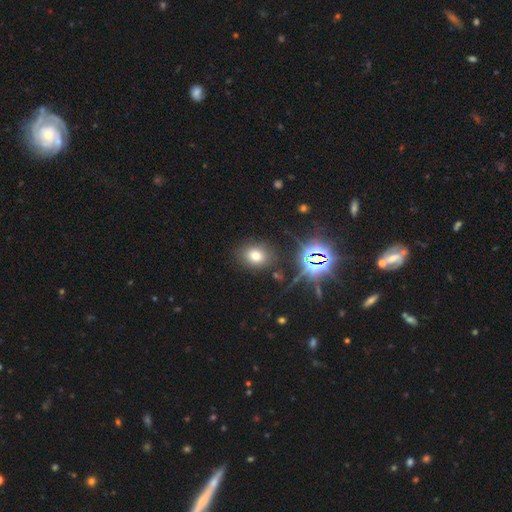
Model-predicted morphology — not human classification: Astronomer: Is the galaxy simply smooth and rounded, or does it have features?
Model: smooth — 68%.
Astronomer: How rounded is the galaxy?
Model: round — 51% (runner-up: in between, 48%).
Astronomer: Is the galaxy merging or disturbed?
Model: none — 83%.